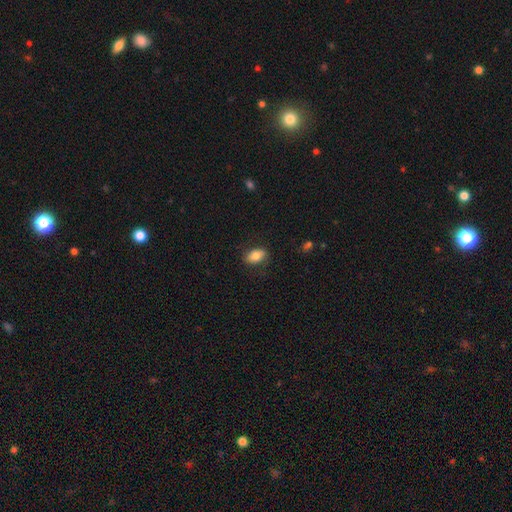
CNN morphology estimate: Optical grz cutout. It shows a smooth galaxy with no disk features (79%) that is in between round and cigar-shaped (88%). Merging: none (81%).